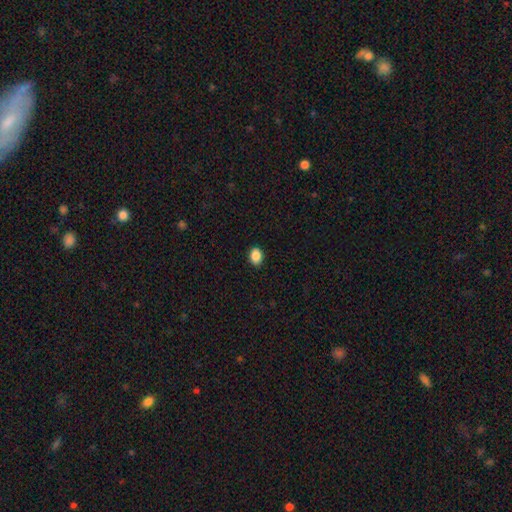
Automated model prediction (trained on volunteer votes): Morphology: type=smooth (88%); roundness=in between (62%); merging=none (89%).